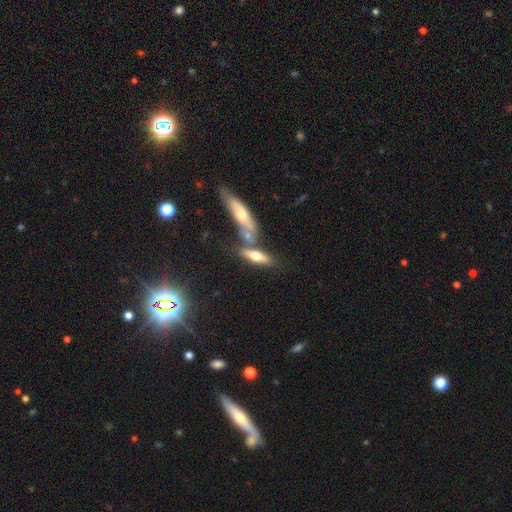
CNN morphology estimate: Smooth or featured? smooth (55%)
How rounded? cigar-shaped (52%)
Merging? none (47%)